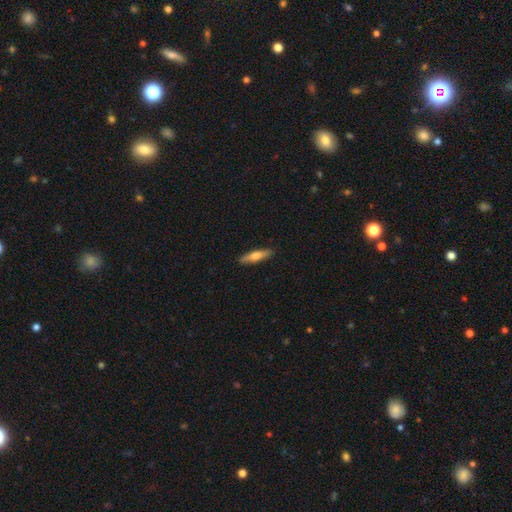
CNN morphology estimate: Smooth or featured: smooth — 59% (featured or disk — 36%)
How rounded: cigar-shaped — 79% (in between — 19%)
Merging: none — 90% (minor disturbance — 8%)